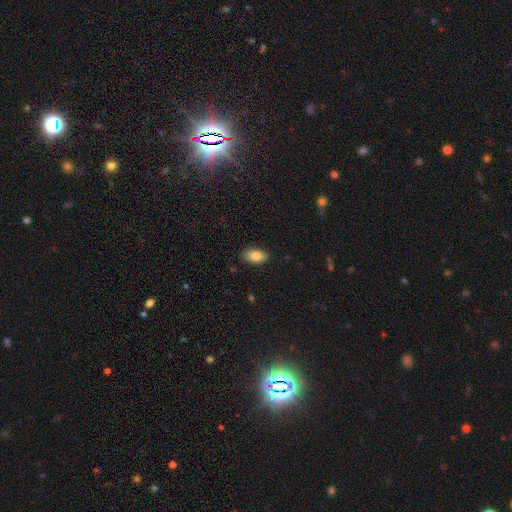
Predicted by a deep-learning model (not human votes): Smooth or featured? Predicted: smooth (p=0.85). How rounded? Predicted: in between (p=0.93). Merging? Predicted: none (p=0.88).